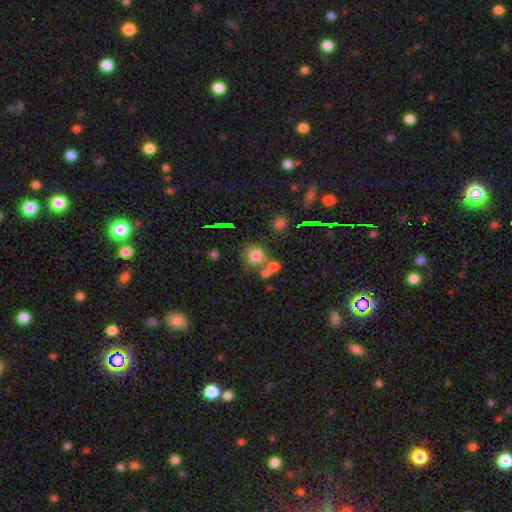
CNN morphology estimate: smooth_or_featured: smooth (p=0.75) [alt: star or artifact p=0.14]
how_rounded: round (p=0.85) [alt: in between p=0.14]
merging: none (p=0.59) [alt: merger p=0.25]